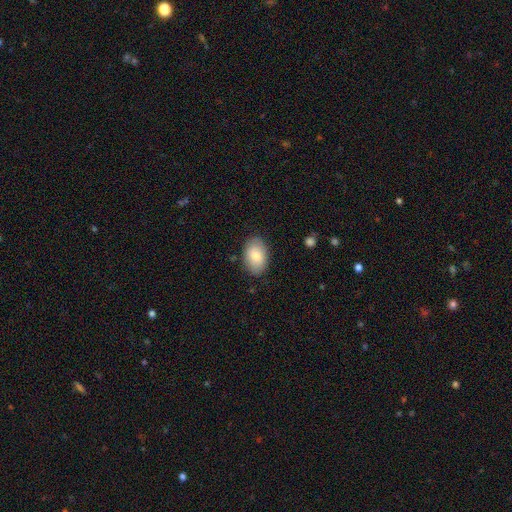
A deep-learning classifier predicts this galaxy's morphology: smooth_or_featured: smooth (p=0.81) [alt: featured or disk p=0.13]
how_rounded: in between (p=0.89) [alt: round p=0.10]
merging: none (p=0.83) [alt: minor disturbance p=0.13]